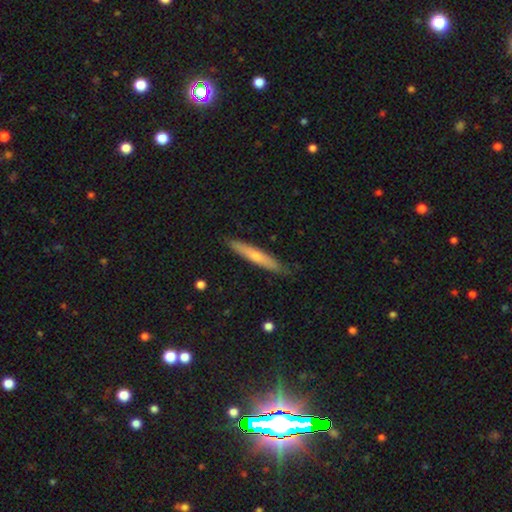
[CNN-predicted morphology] A smooth galaxy with no disk features (56%) that is cigar-shaped (92%).

Vote fractions:
- Smooth or featured? smooth: 56% / featured or disk: 38% / star or artifact: 6%
- How rounded? cigar-shaped: 92% / in between: 6% / round: 1%
- Merging? none: 84% / minor disturbance: 13% / major disturbance: 2% / merger: 1%